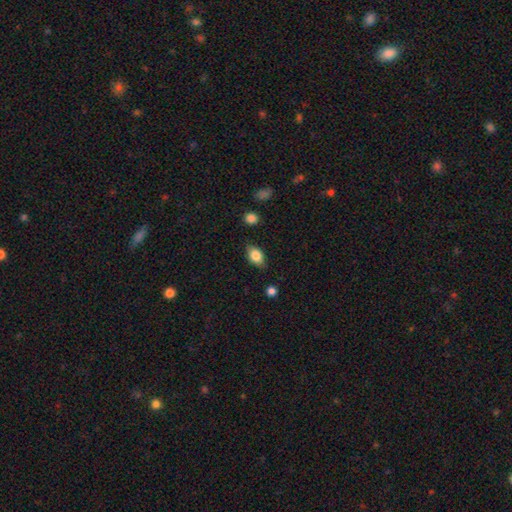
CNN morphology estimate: Q: Smooth or featured?
A: smooth (84%); runner-up: featured or disk (8%)
Q: How rounded?
A: in between (85%); runner-up: round (12%)
Q: Merging?
A: none (81%); runner-up: minor disturbance (14%)